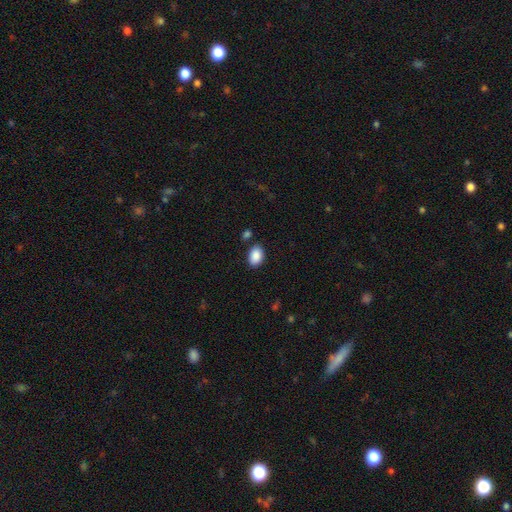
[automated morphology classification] This is clearly a smooth galaxy (89%). How rounded: clearly in between (86%). Merging: clearly none (81%).